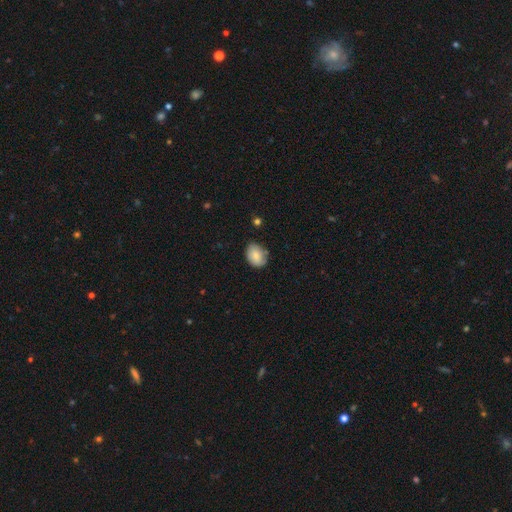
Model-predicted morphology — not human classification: Overall: smooth (80%). How rounded: in between (71%). Merging: none (69%).